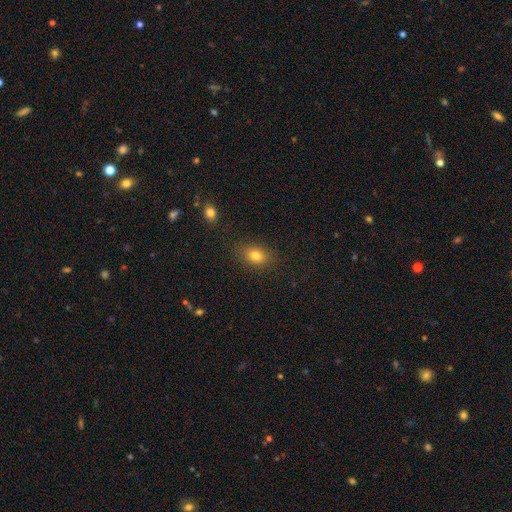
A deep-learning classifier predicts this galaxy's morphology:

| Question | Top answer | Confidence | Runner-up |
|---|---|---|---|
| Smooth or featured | smooth | 80% | star or artifact (12%) |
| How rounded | in between | 69% | round (29%) |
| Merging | none | 84% | minor disturbance (11%) |